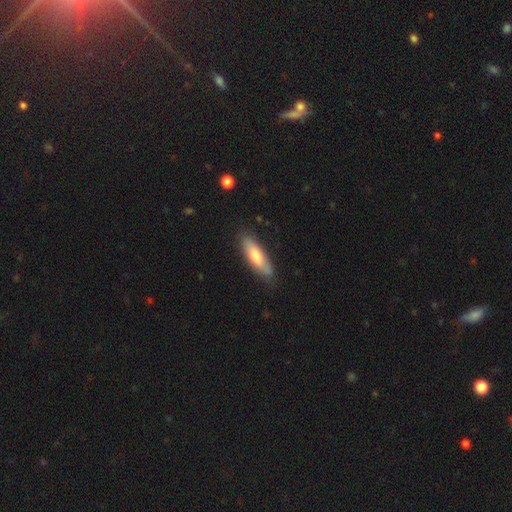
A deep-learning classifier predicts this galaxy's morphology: Q: Smooth or featured?
A: smooth (70%); runner-up: featured or disk (24%)
Q: How rounded?
A: cigar-shaped (50%); runner-up: in between (49%)
Q: Merging?
A: none (79%); runner-up: minor disturbance (17%)